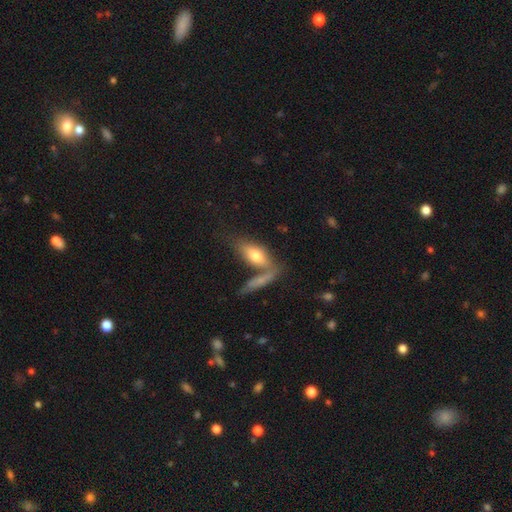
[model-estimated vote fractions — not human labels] A smooth galaxy with no disk features (68%) that is in between round and cigar-shaped (71%). Merging: none (44%).